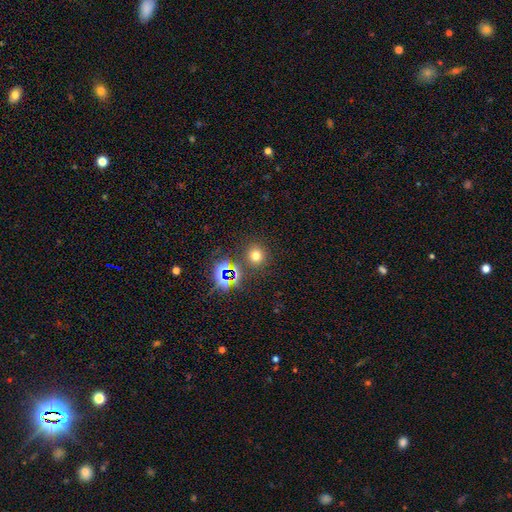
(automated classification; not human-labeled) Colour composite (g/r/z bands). It shows a smooth galaxy with no disk features (65%) that is round (89%). Merging: none (85%).